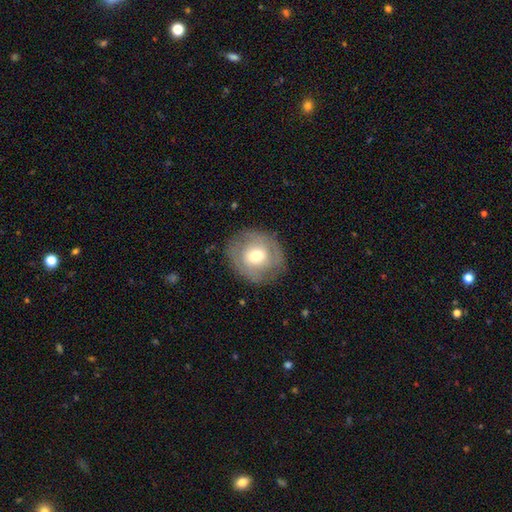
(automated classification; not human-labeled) smooth_or_featured: smooth (p=0.50) [alt: featured or disk p=0.42]
merging: none (p=0.80) [alt: minor disturbance p=0.12]